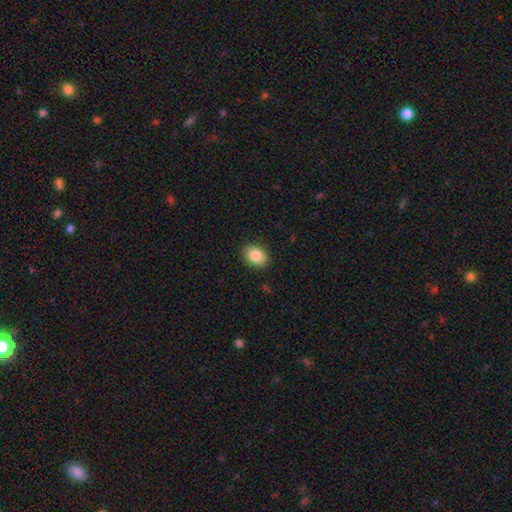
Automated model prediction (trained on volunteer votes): This appears to be a smooth galaxy with no disk features (87%) that is in between round and cigar-shaped (76%). Merging: none (88%).